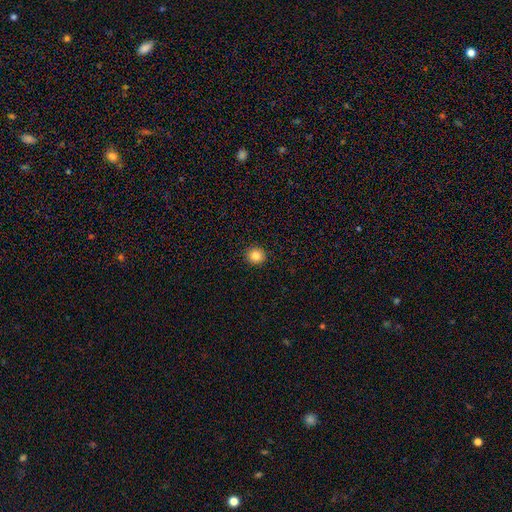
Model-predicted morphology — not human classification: The model was most divided on "smooth or featured": smooth: 84%, star or artifact: 11%, featured or disk: 5%. More confident: merging — none (92%); how rounded — round (90%).